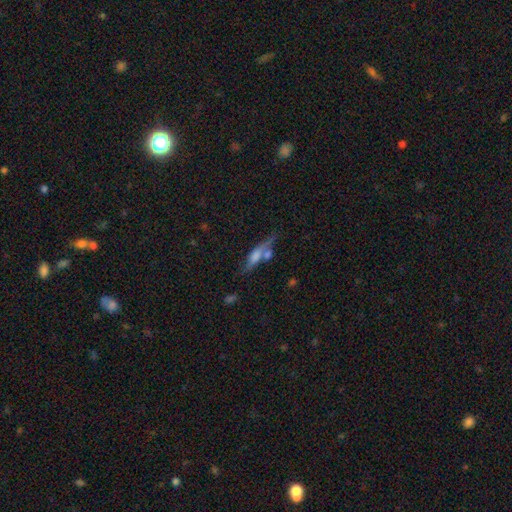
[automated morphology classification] featured or disk 45% (tied), smooth 45% (tied), star or artifact 10%. Down the decision tree: merging — none (49%).